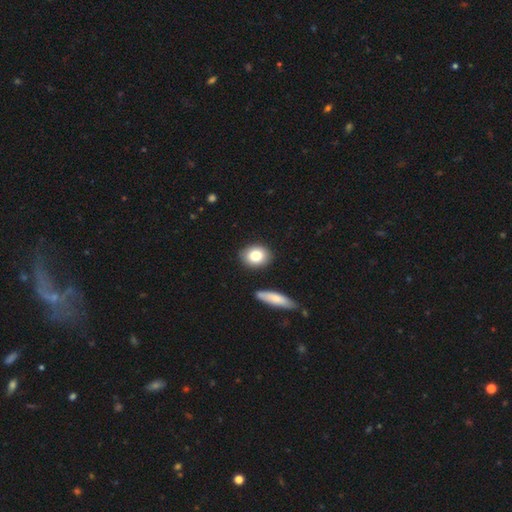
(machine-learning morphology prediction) Q: Smooth or featured?
A: smooth (81%); runner-up: featured or disk (11%)
Q: How rounded?
A: in between (51%); runner-up: round (47%)
Q: Merging?
A: none (87%); runner-up: minor disturbance (8%)